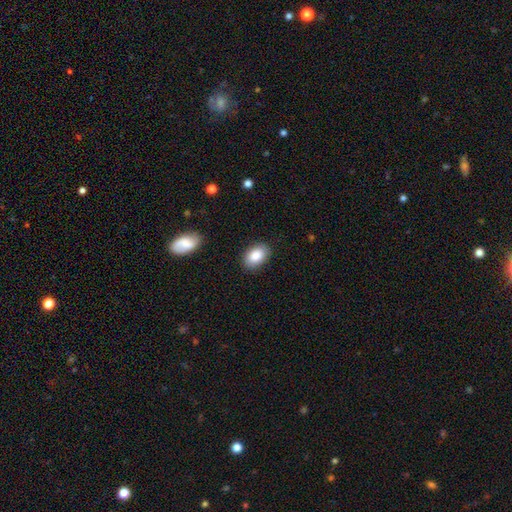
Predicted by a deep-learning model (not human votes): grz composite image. It shows a smooth galaxy with no disk features (86%) that is in between round and cigar-shaped (87%). Merging: none (86%).